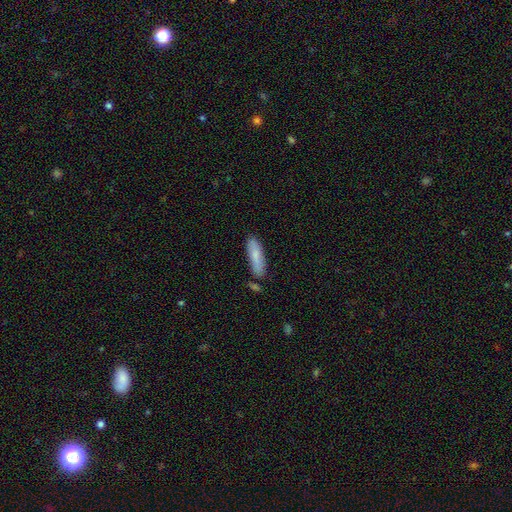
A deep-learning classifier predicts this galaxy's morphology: smooth 80%, featured or disk 14%, star or artifact 6%. Down the decision tree: how rounded — cigar-shaped (59%); merging — none (77%).